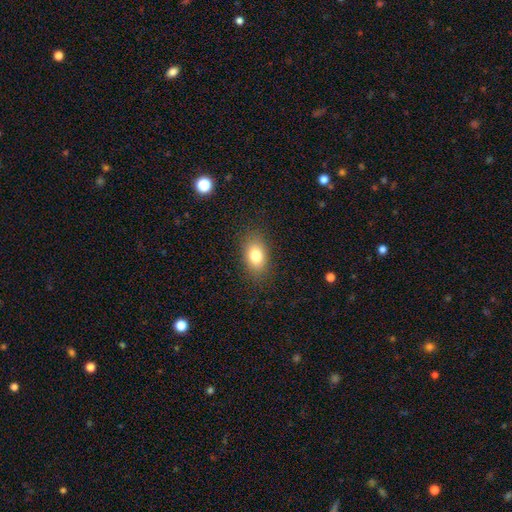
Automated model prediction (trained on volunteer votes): Overall: smooth (79%). How rounded: in between (84%). Merging: none (86%).